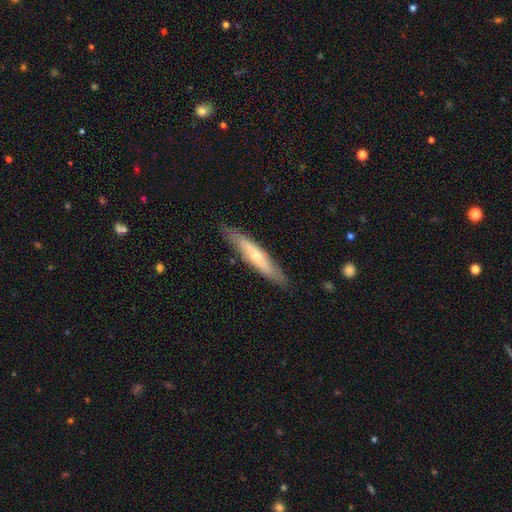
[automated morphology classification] type=smooth (49%); merging=none (85%).